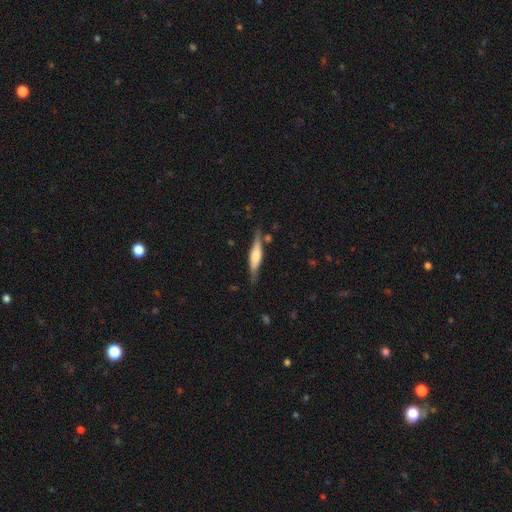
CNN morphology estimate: Smooth or featured? featured or disk (50%)
Edge-on disk? yes (93%)
Merging? none (78%)